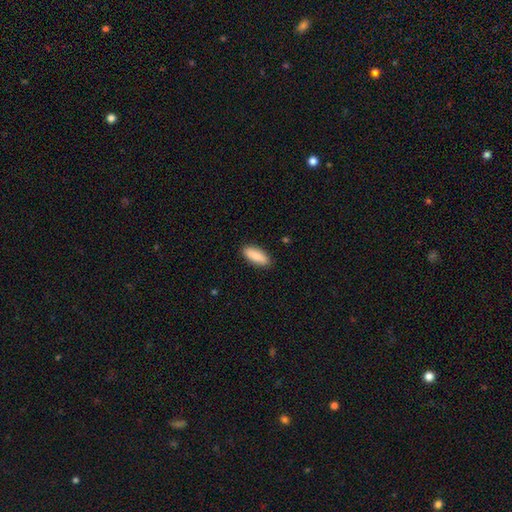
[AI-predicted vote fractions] A smooth galaxy with no disk features (88%) that is in between round and cigar-shaped (69%).

Vote fractions:
- Smooth or featured? smooth: 88% / featured or disk: 6% / star or artifact: 6%
- How rounded? in between: 69% / cigar-shaped: 29% / round: 2%
- Merging? none: 89% / minor disturbance: 8% / major disturbance: 2% / merger: 1%